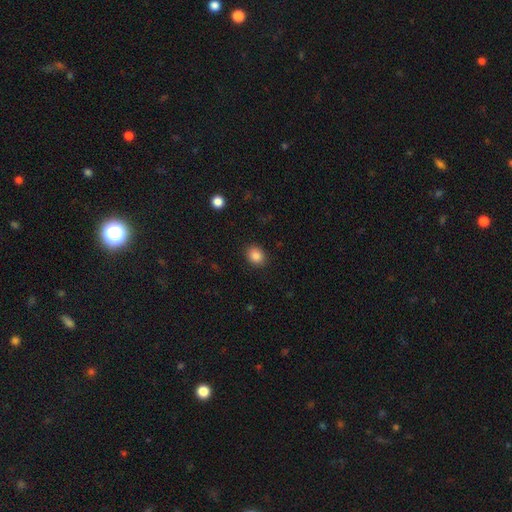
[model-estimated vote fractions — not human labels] smooth_or_featured: smooth (p=0.86) [alt: star or artifact p=0.10]
how_rounded: round (p=0.60) [alt: in between p=0.39]
merging: none (p=0.89) [alt: minor disturbance p=0.07]